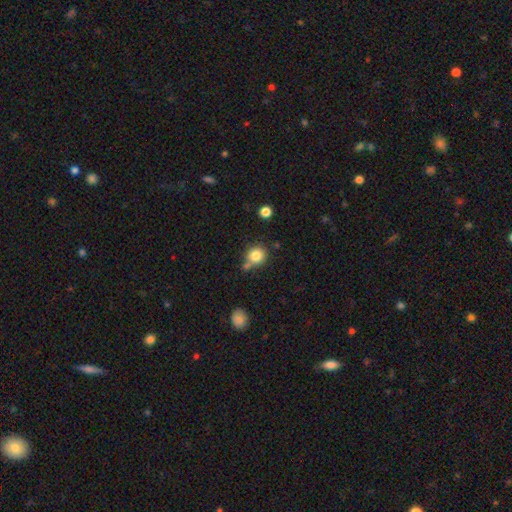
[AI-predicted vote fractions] This is clearly a smooth galaxy (82%). How rounded: clearly round (86%). Merging: likely none (64%).